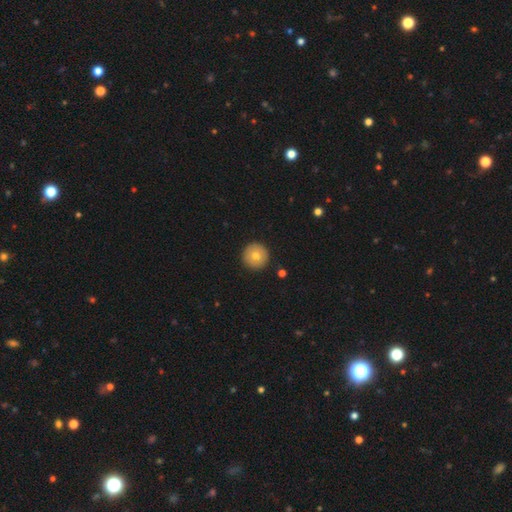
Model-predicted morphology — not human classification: Overall: smooth (76%). How rounded: round (97%). Merging: none (93%).